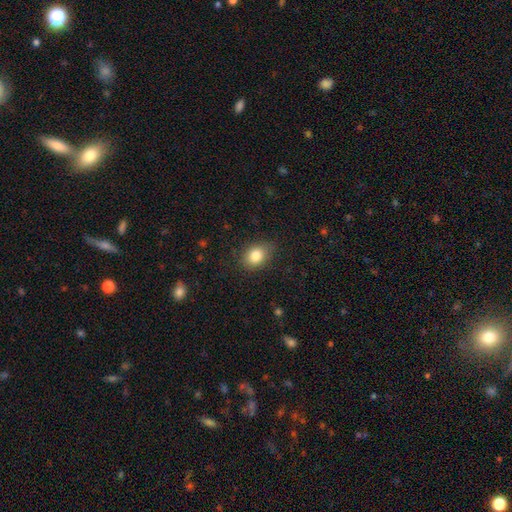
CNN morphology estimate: A smooth galaxy with no disk features (82%) that is in between round and cigar-shaped (66%). Merging: none (82%).